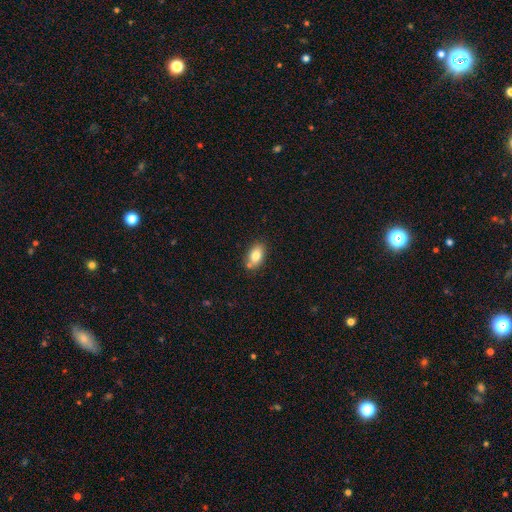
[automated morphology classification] Q: Smooth or featured?
A: smooth (81%); runner-up: featured or disk (11%)
Q: How rounded?
A: in between (89%); runner-up: round (9%)
Q: Merging?
A: none (73%); runner-up: minor disturbance (15%)